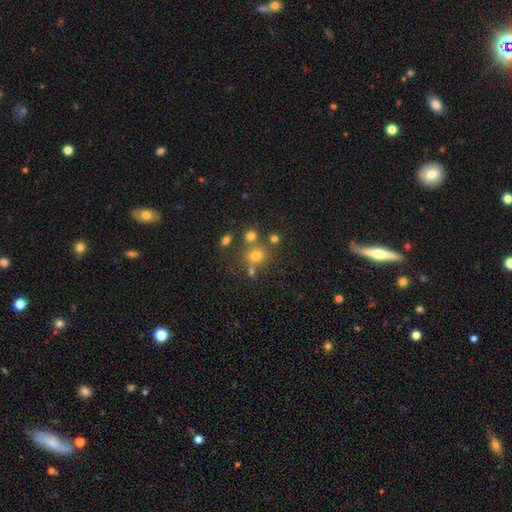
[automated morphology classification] A smooth galaxy with no disk features (70%) that is round (76%).

Vote fractions:
- Smooth or featured? smooth: 70% / star or artifact: 18% / featured or disk: 12%
- How rounded? round: 76% / in between: 23% / cigar-shaped: 1%
- Merging? none: 61% / merger: 22% / minor disturbance: 12% / major disturbance: 5%